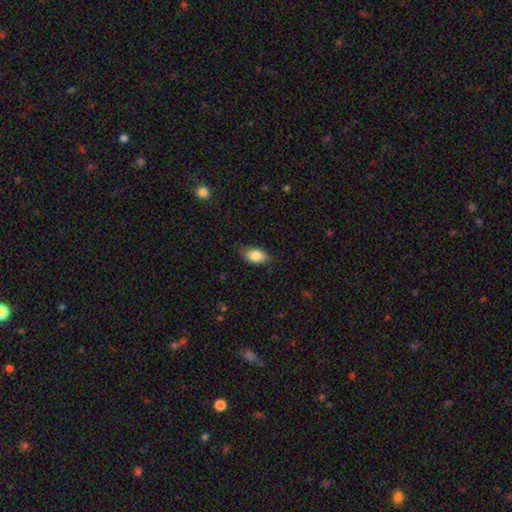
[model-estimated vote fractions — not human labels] The model was most divided on "merging": none: 81%, minor disturbance: 15%, major disturbance: 3%, merger: 1%. More confident: how rounded — in between (89%); smooth or featured — smooth (85%).